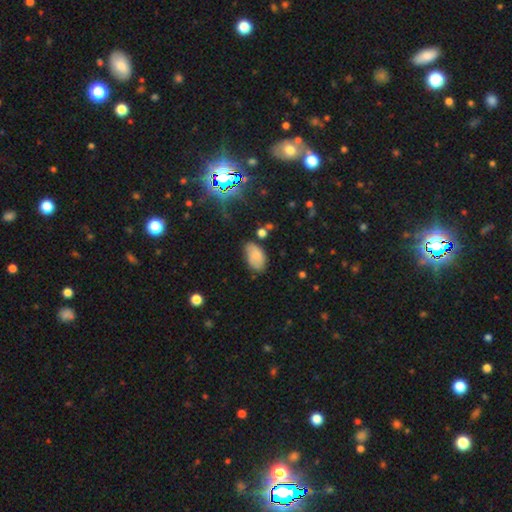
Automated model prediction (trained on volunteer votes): smooth-or-featured: smooth: 66% | featured or disk: 23% | star or artifact: 11%
  how-rounded: in between: 91% | round: 7% | cigar-shaped: 1%
  merging: none: 59% | minor disturbance: 30% | major disturbance: 7% | merger: 4%